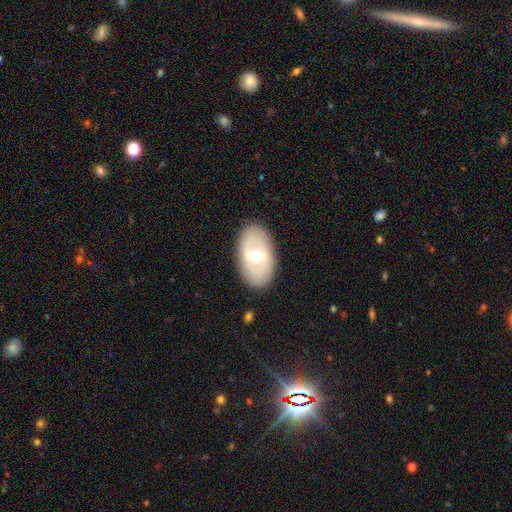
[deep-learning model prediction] A featured or disk galaxy (59%) with a weak bar (46%), no spiral arms (72%) and a moderate central bulge (73%).

Vote fractions:
- Smooth or featured? featured or disk: 59% / smooth: 35% / star or artifact: 6%
- Edge-on disk? no: 89% / yes: 11%
- Bar? weak: 46% / strong: 31% / no: 23%
- Spiral arms? no: 72% / yes: 28%
- Bulge size? moderate: 73% / small: 13% / large: 12% / dominant: 1% / none: 1%
- Merging? none: 86% / minor disturbance: 10% / major disturbance: 3% / merger: 1%